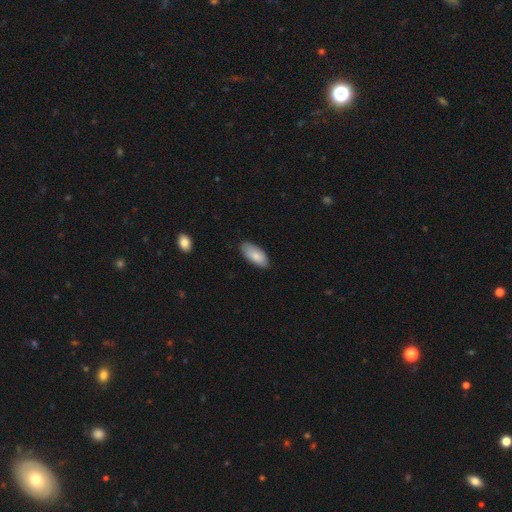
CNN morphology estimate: A smooth galaxy with no disk features (84%) that is in between round and cigar-shaped (90%).

Vote fractions:
- Smooth or featured? smooth: 84% / featured or disk: 10% / star or artifact: 6%
- How rounded? in between: 90% / cigar-shaped: 8% / round: 2%
- Merging? none: 82% / minor disturbance: 15% / major disturbance: 2% / merger: 1%